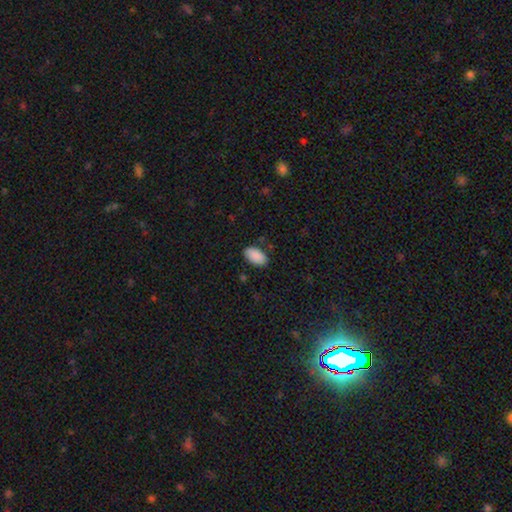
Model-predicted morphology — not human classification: A smooth galaxy with no disk features (90%) that is in between round and cigar-shaped (95%). Merging: none (84%).